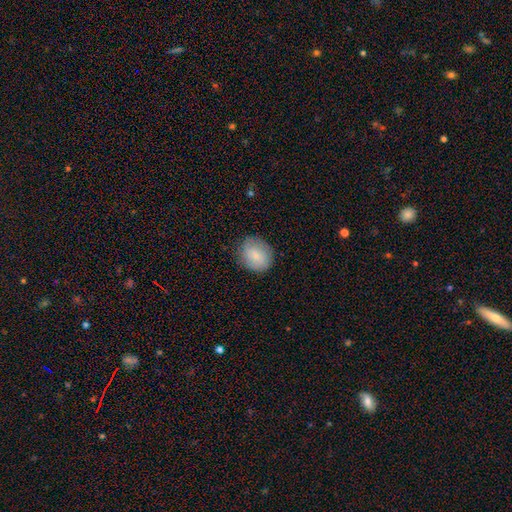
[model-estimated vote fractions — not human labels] Overall: smooth (80%). How rounded: round (66%; in between 33%). Merging: none (80%).